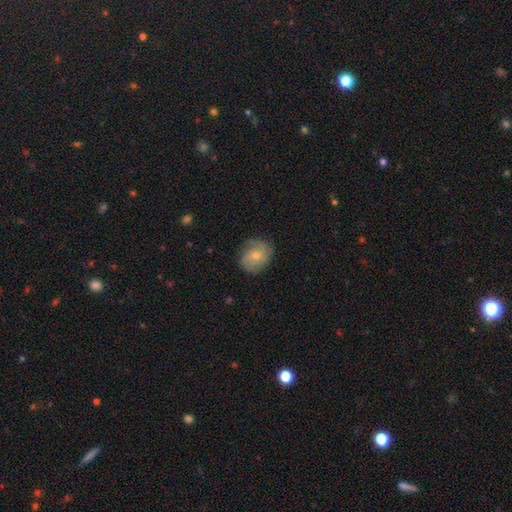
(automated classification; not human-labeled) smooth_or_featured: featured or disk (p=0.49) [alt: smooth p=0.44]
merging: none (p=0.75) [alt: minor disturbance p=0.19]